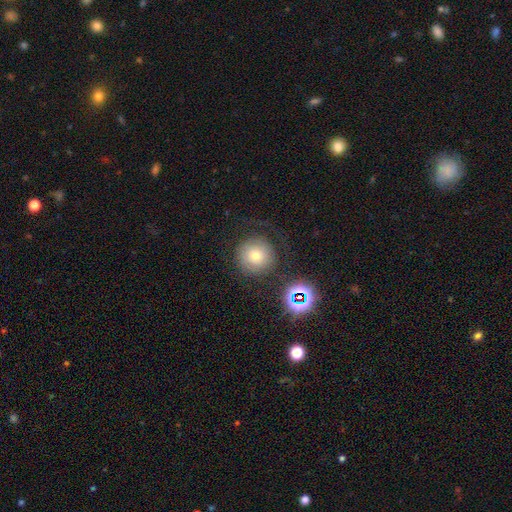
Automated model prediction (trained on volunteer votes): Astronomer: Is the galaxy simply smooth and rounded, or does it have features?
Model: smooth — 64%.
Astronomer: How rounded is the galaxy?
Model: round — 94%.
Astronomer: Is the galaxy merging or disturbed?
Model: none — 71%.